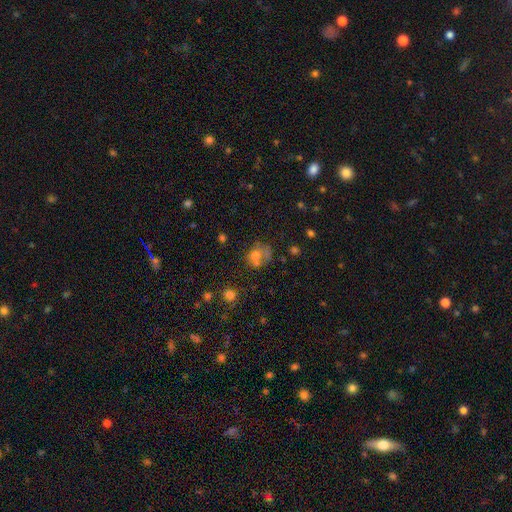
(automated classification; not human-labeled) Smooth or featured: smooth — 61% (featured or disk — 23%)
How rounded: round — 63% (in between — 36%)
Merging: none — 35% (merger — 32%)